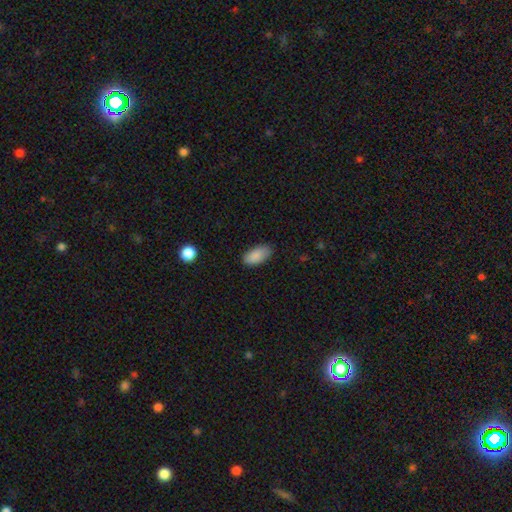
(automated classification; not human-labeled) This appears to be a smooth galaxy with no disk features (89%) that is in between round and cigar-shaped (94%). Merging: none (82%).